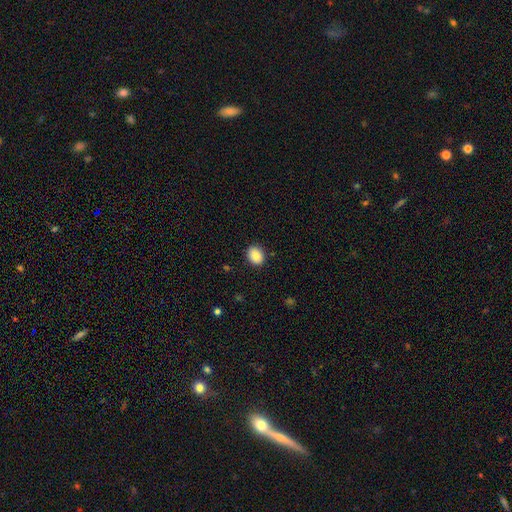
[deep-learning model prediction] Morphology: type=smooth (87%); roundness=in between (54%); merging=none (88%).